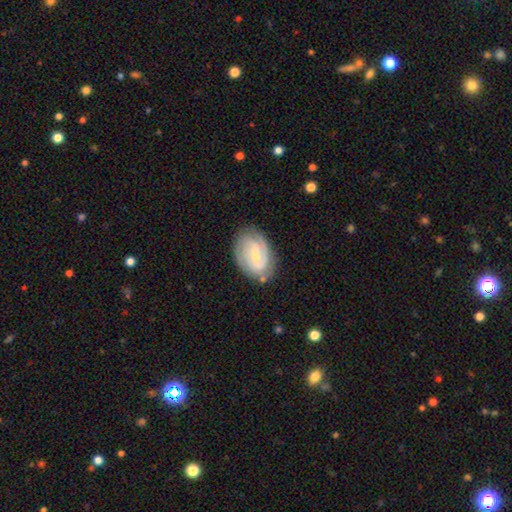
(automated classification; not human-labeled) This is likely a featured or disk galaxy (80%). It is clearly not viewed edge-on (97%). Bar: possibly no (45%, tied with weak). Spiral arm pattern: clearly yes (94%). Spiral arm count: possibly 2 (47%). Spiral winding: likely tight (61%). Central bulge: likely small (62%). Merging: likely none (76%).